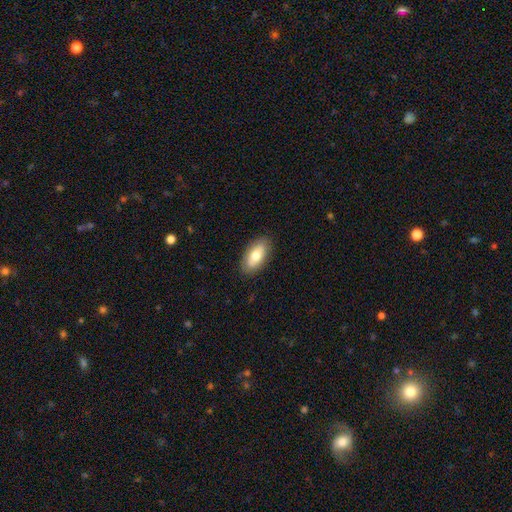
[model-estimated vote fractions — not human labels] smooth-or-featured: smooth: 73% | featured or disk: 21% | star or artifact: 6%
  how-rounded: in between: 91% | cigar-shaped: 6% | round: 3%
  merging: none: 87% | minor disturbance: 10% | major disturbance: 2% | merger: 1%